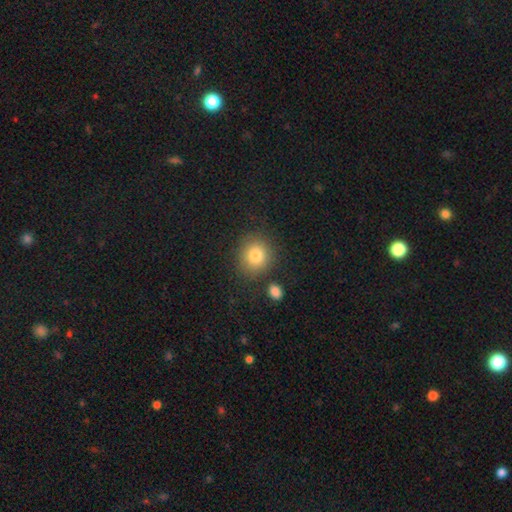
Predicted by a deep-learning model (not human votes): smooth-or-featured: smooth: 82% | star or artifact: 10% | featured or disk: 7%
  how-rounded: round: 85% | in between: 14% | cigar-shaped: 1%
  merging: none: 81% | minor disturbance: 10% | merger: 5% | major disturbance: 4%